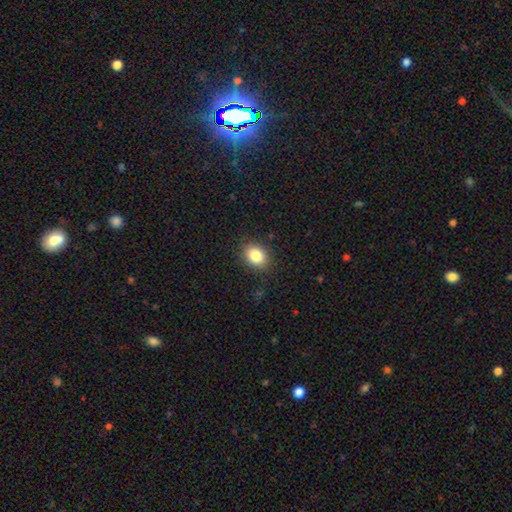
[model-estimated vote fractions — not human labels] Smooth or featured?
  - smooth: 85% *
  - star or artifact: 9%
  - featured or disk: 6%
How rounded?
  - in between: 68% *
  - round: 31%
  - cigar-shaped: 1%
Merging?
  - none: 86% *
  - minor disturbance: 10%
  - major disturbance: 3%
  - merger: 1%